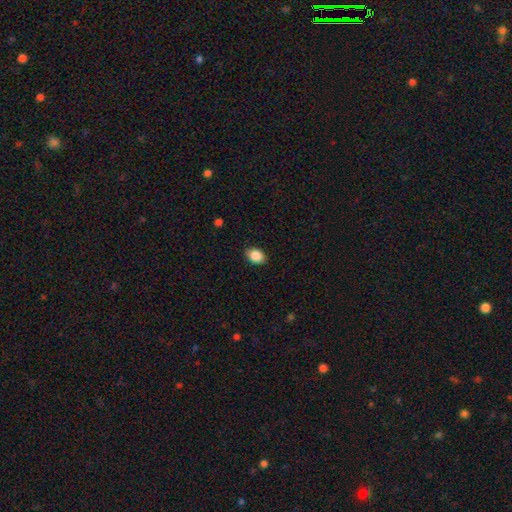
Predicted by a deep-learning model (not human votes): A smooth galaxy with no disk features (87%) that is in between round and cigar-shaped (78%). Merging: none (87%).